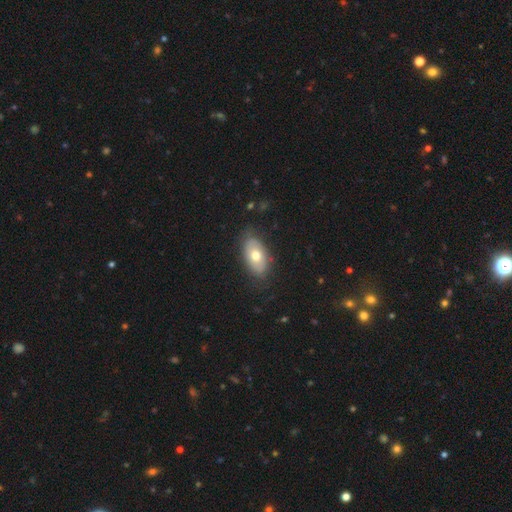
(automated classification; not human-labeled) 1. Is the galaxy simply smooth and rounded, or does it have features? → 63% smooth, 31% featured or disk, 6% star or artifact.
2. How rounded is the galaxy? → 92% in between, 6% round, 2% cigar-shaped.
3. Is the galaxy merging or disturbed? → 78% none, 17% minor disturbance, 4% major disturbance, 1% merger.